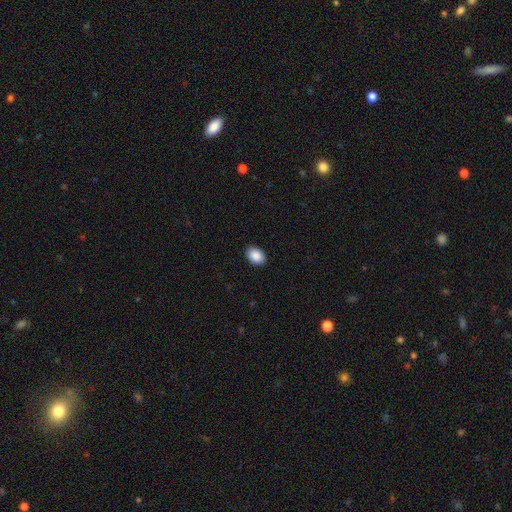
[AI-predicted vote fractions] Overall: smooth (90%). How rounded: in between (79%). Merging: none (90%).